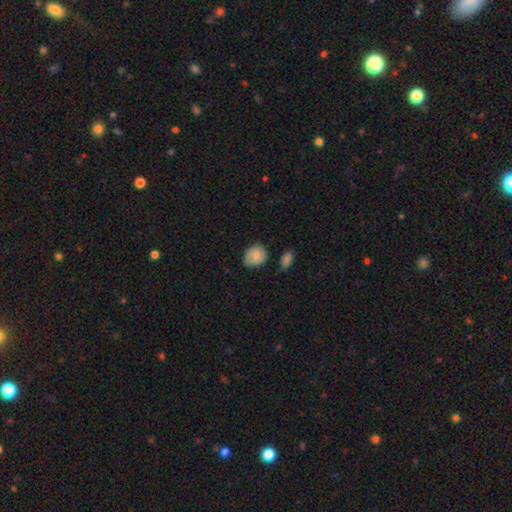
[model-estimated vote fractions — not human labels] smooth_or_featured: smooth (p=0.78) [alt: featured or disk p=0.15]
how_rounded: round (p=0.63) [alt: in between p=0.36]
merging: none (p=0.65) [alt: minor disturbance p=0.26]